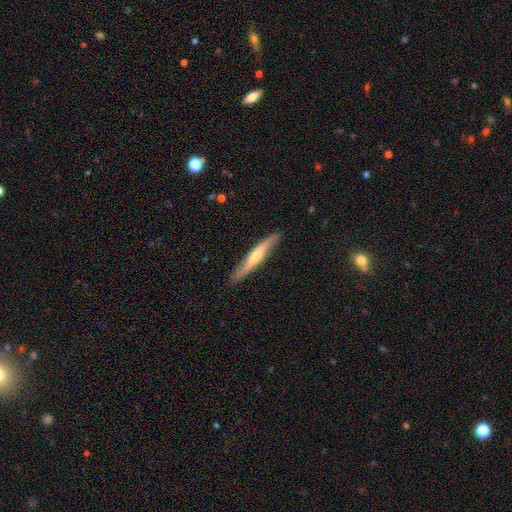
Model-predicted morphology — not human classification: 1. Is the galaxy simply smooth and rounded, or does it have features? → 61% featured or disk, 33% smooth, 6% star or artifact.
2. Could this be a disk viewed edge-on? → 86% yes, 14% no.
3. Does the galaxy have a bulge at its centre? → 68% rounded, 25% none, 7% boxy.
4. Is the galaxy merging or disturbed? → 86% none, 11% minor disturbance, 2% major disturbance, 1% merger.